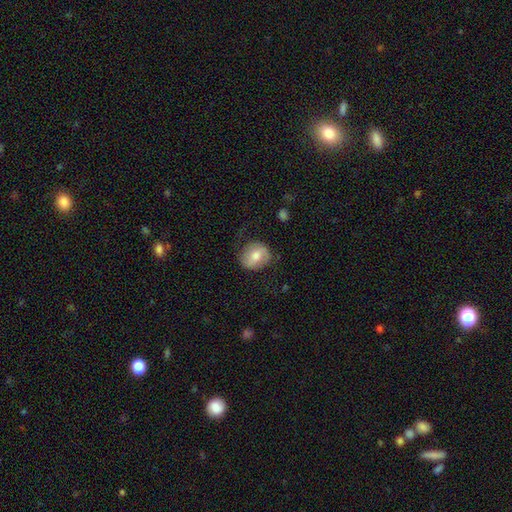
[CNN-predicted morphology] Smooth or featured? Predicted: smooth (p=0.59). How rounded? Predicted: round (p=0.62). Merging? Predicted: none (p=0.72).